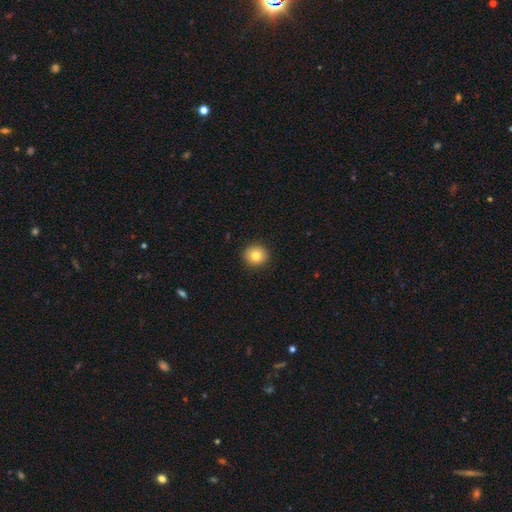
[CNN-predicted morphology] Overall: smooth (82%). How rounded: round (91%). Merging: none (92%).